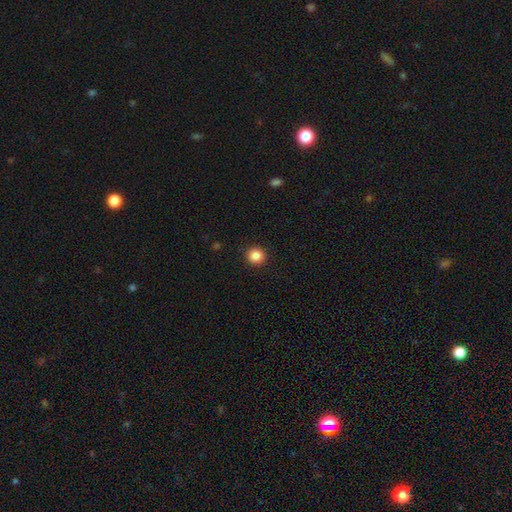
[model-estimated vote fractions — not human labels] Smooth or featured? smooth (86%)
How rounded? round (94%)
Merging? none (93%)